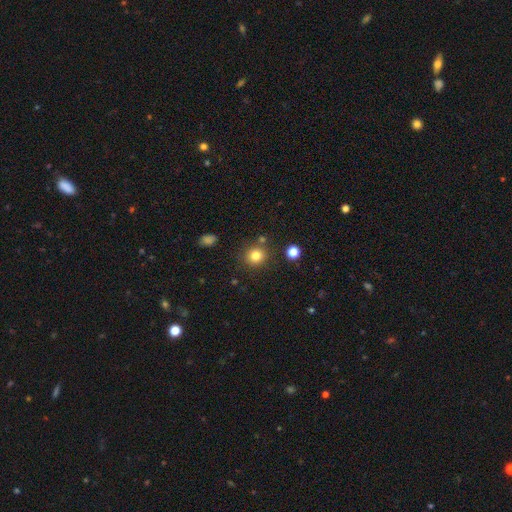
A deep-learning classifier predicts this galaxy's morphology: Q: Smooth or featured?
A: smooth (81%); runner-up: star or artifact (12%)
Q: How rounded?
A: round (86%); runner-up: in between (13%)
Q: Merging?
A: none (81%); runner-up: minor disturbance (9%)